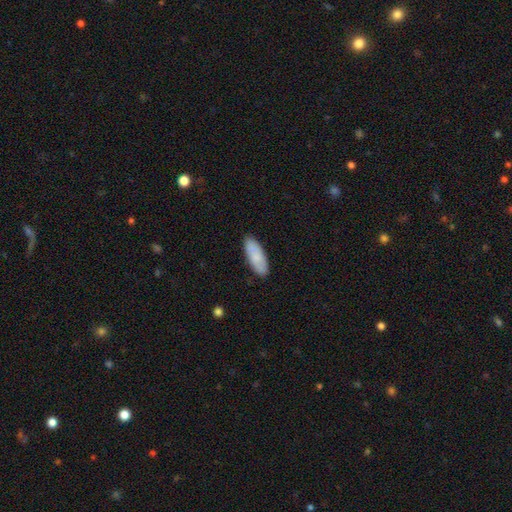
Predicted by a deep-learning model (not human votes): A smooth galaxy with no disk features (81%) that is in between round and cigar-shaped (73%).

Vote fractions:
- Smooth or featured? smooth: 81% / featured or disk: 13% / star or artifact: 6%
- How rounded? in between: 73% / cigar-shaped: 25% / round: 2%
- Merging? none: 86% / minor disturbance: 11% / major disturbance: 2% / merger: 1%